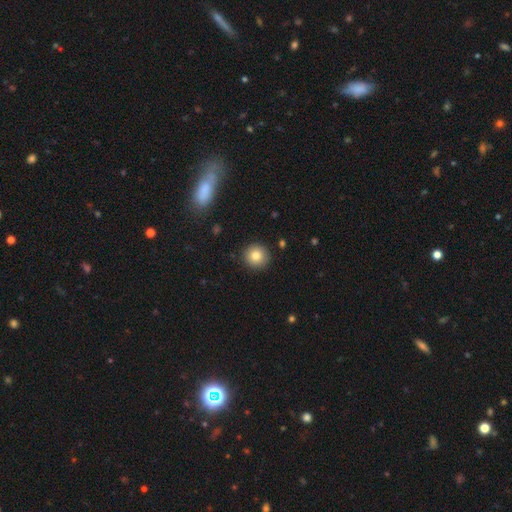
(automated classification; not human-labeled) This appears to be a smooth galaxy with no disk features (81%) that is round (94%). Merging: none (90%).